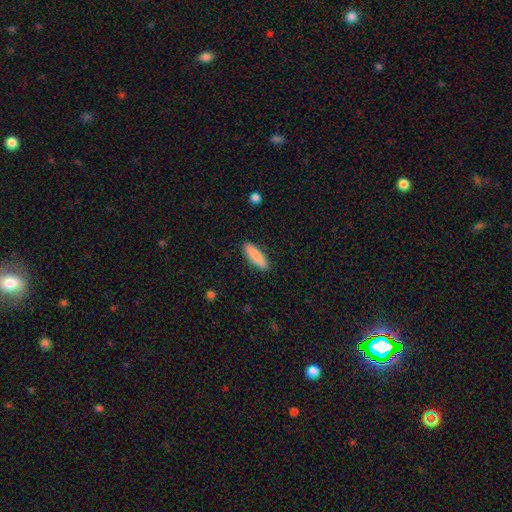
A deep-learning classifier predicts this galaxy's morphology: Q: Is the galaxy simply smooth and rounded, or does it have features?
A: smooth — 88%.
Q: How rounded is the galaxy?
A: cigar-shaped — 52%.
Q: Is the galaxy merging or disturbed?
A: none — 89%.